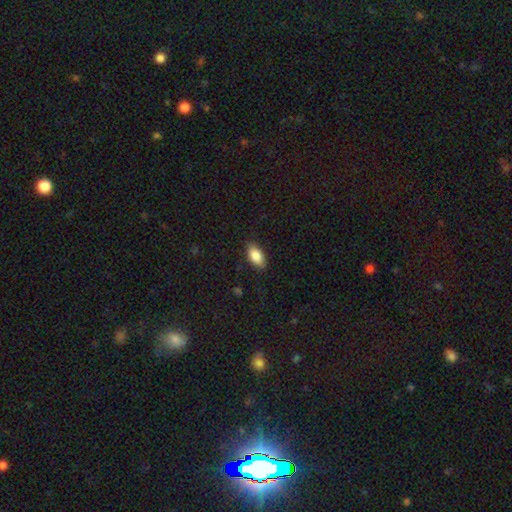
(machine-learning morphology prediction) type=smooth (84%); roundness=in between (90%); merging=none (86%).